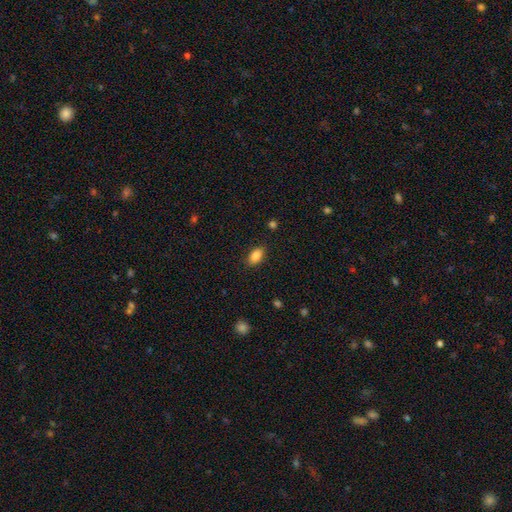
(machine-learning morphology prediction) This is clearly a smooth galaxy (87%). How rounded: clearly in between (90%). Merging: clearly none (86%).